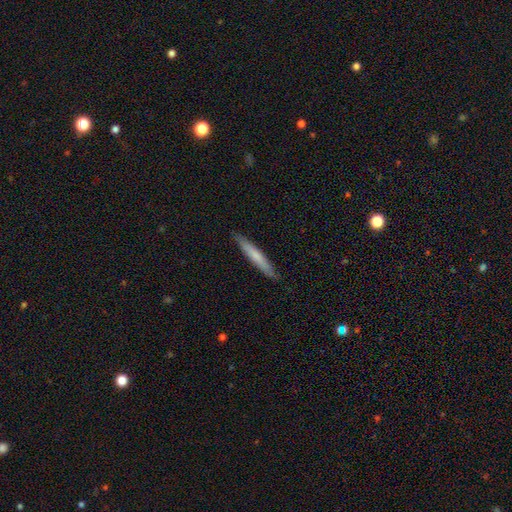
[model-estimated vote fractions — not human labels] Q: Smooth or featured?
A: smooth (67%); runner-up: featured or disk (28%)
Q: How rounded?
A: cigar-shaped (95%); runner-up: in between (4%)
Q: Merging?
A: none (89%); runner-up: minor disturbance (8%)